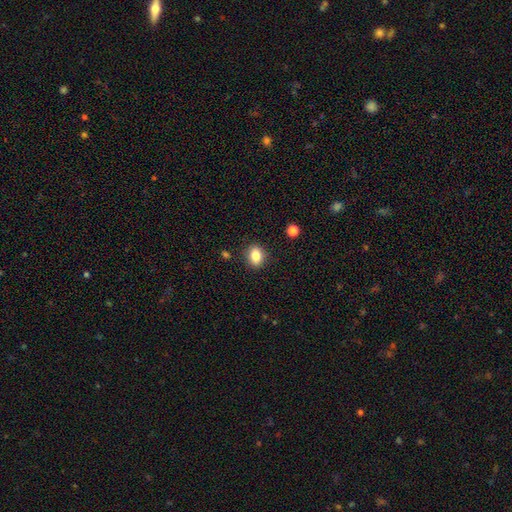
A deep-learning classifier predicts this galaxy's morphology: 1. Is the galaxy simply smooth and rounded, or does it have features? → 83% smooth, 9% star or artifact, 7% featured or disk.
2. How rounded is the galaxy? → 66% in between, 33% round, 1% cigar-shaped.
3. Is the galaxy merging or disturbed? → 87% none, 9% minor disturbance, 2% major disturbance, 2% merger.